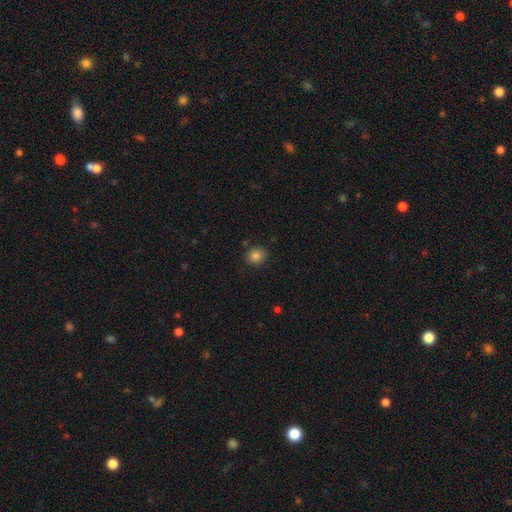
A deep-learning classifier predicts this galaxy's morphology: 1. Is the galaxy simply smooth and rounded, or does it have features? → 85% smooth, 11% star or artifact, 4% featured or disk.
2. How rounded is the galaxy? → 80% round, 19% in between, 1% cigar-shaped.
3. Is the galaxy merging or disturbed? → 87% none, 9% minor disturbance, 2% major disturbance, 2% merger.